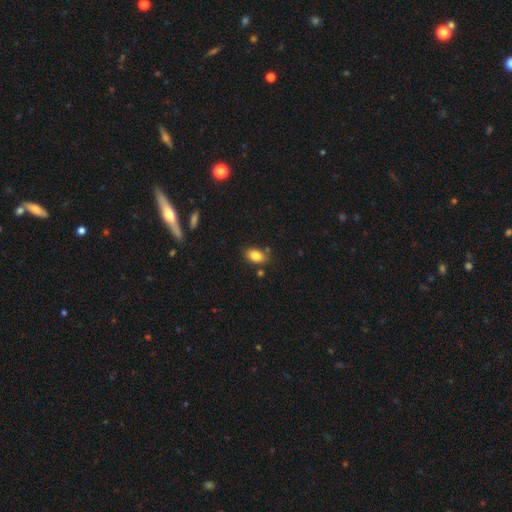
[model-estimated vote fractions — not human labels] This is clearly a smooth galaxy (85%). How rounded: clearly in between (89%). Merging: likely none (78%).